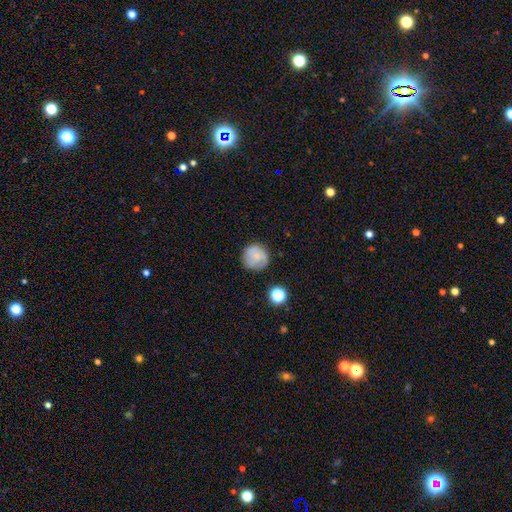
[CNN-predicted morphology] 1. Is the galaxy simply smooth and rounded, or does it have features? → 73% smooth, 17% featured or disk, 10% star or artifact.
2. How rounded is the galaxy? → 93% round, 6% in between, 1% cigar-shaped.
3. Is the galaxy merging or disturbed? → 78% none, 15% minor disturbance, 4% major disturbance, 2% merger.